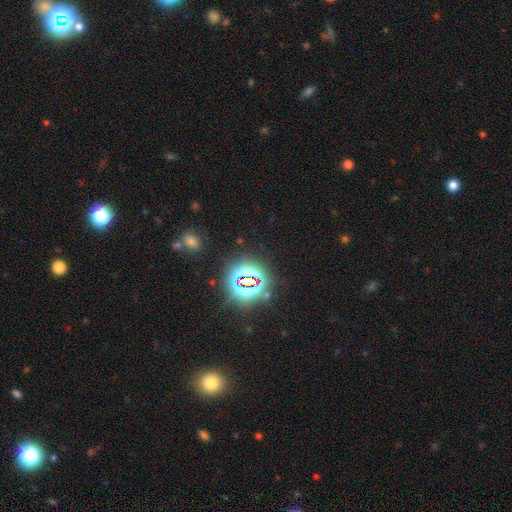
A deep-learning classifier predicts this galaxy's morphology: Smooth or featured? Predicted: star or artifact (p=0.79).